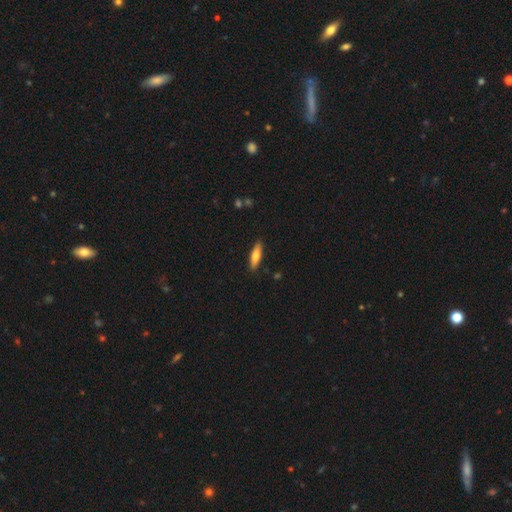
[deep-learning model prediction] Smooth or featured? smooth (69%)
How rounded? cigar-shaped (67%)
Merging? none (89%)